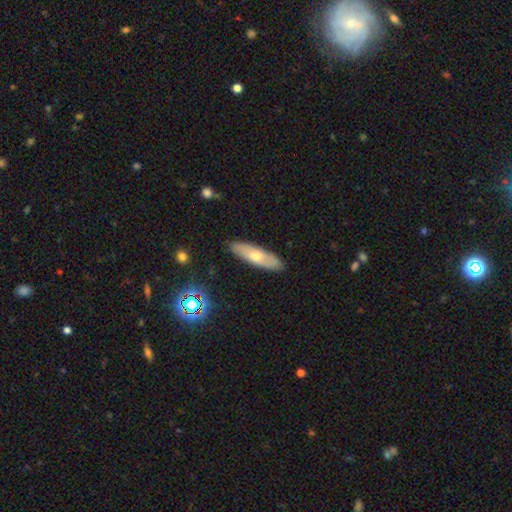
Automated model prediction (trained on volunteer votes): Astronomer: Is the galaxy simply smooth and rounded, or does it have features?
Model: smooth — 57% (runner-up: featured or disk, 35%).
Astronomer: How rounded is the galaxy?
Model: cigar-shaped — 56% (runner-up: in between, 41%).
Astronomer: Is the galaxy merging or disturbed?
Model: none — 87%.